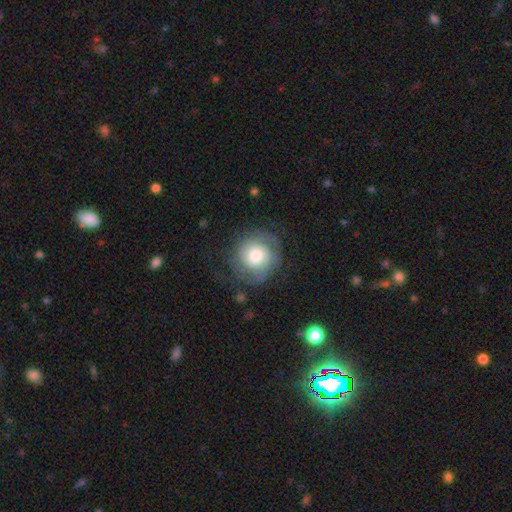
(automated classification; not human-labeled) A featured or disk galaxy (58%) with no bar (78%), spiral arms (86%) and a moderate central bulge (49%).

Vote fractions:
- Smooth or featured? featured or disk: 58% / smooth: 34% / star or artifact: 7%
- Edge-on disk? no: 98% / yes: 2%
- Bar? no: 78% / weak: 19% / strong: 3%
- Spiral arms? yes: 86% / no: 14%
- Bulge size? moderate: 49% / large: 34% / small: 11% / dominant: 5% / none: 2%
- Merging? none: 67% / minor disturbance: 18% / major disturbance: 14% / merger: 1%